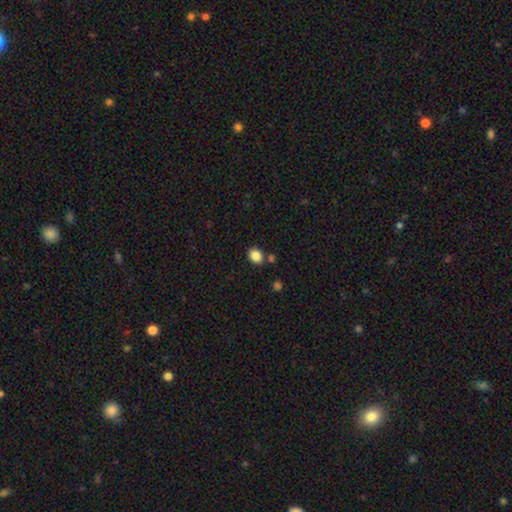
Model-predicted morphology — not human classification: smooth_or_featured: smooth (p=0.86) [alt: star or artifact p=0.10]
how_rounded: round (p=0.50) [alt: in between p=0.49]
merging: none (p=0.78) [alt: minor disturbance p=0.10]